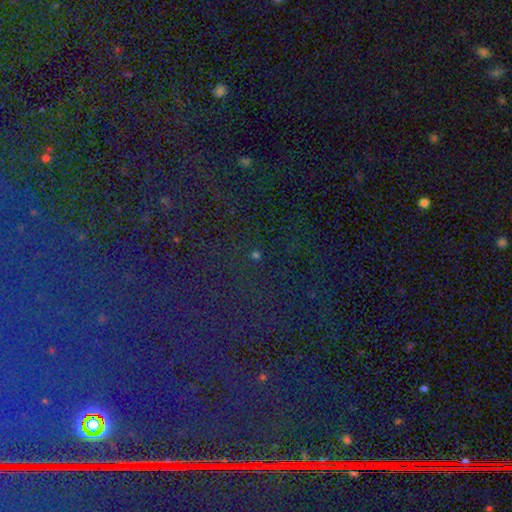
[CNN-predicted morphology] Q: Smooth or featured?
A: star or artifact (67%); runner-up: smooth (25%)